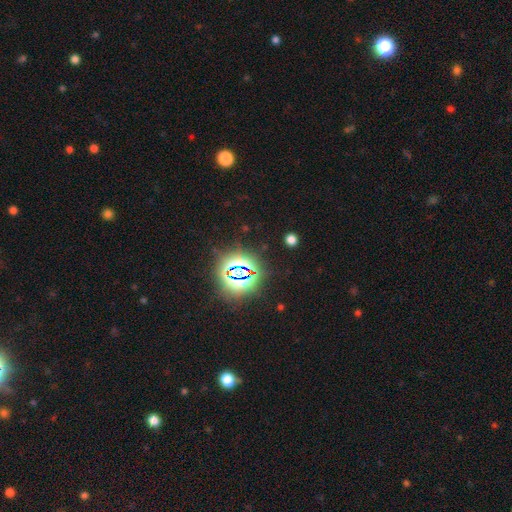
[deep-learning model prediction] A star or artifact, not a galaxy (83%).